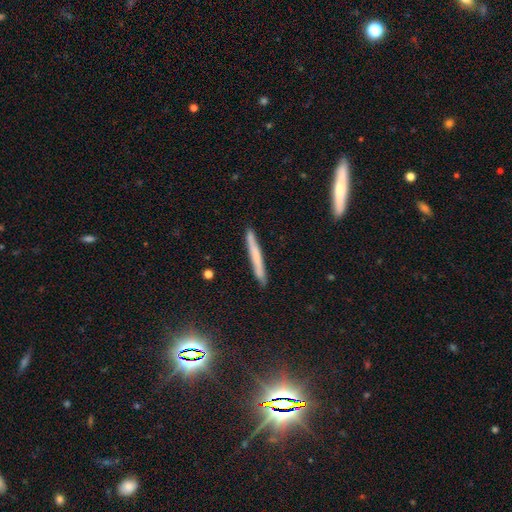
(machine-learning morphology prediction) The model was most divided on "smooth or featured": smooth: 55%, featured or disk: 36%, star or artifact: 9%. More confident: how rounded — cigar-shaped (96%); merging — none (87%).